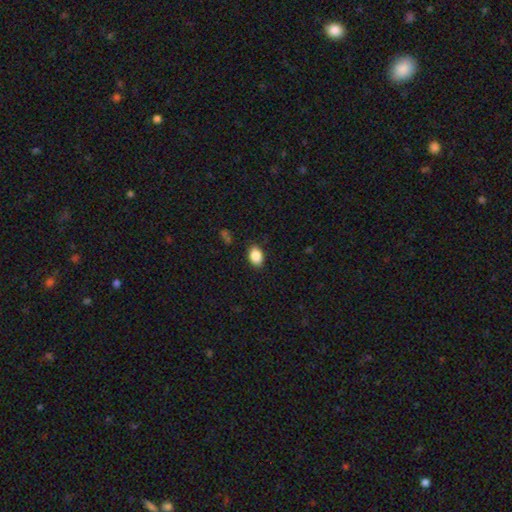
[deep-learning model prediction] Smooth or featured? Predicted: smooth (p=0.88). How rounded? Predicted: in between (p=0.81). Merging? Predicted: none (p=0.87).